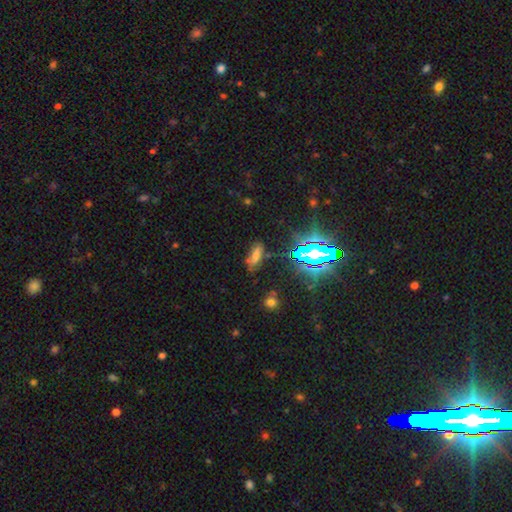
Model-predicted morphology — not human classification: type=smooth (46%); merging=none (66%).